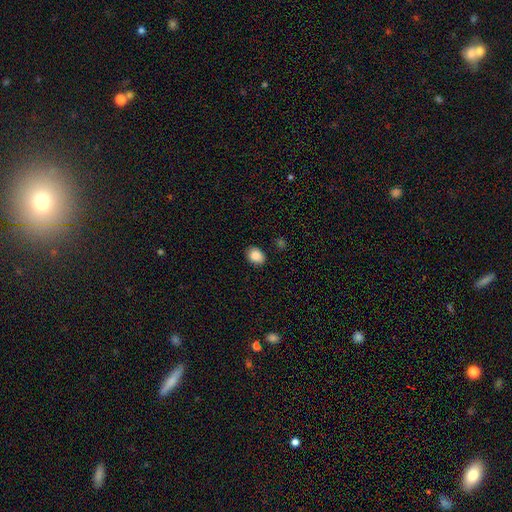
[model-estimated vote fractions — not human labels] This appears to be a smooth galaxy with no disk features (87%) that is in between round and cigar-shaped (64%). Merging: none (86%).